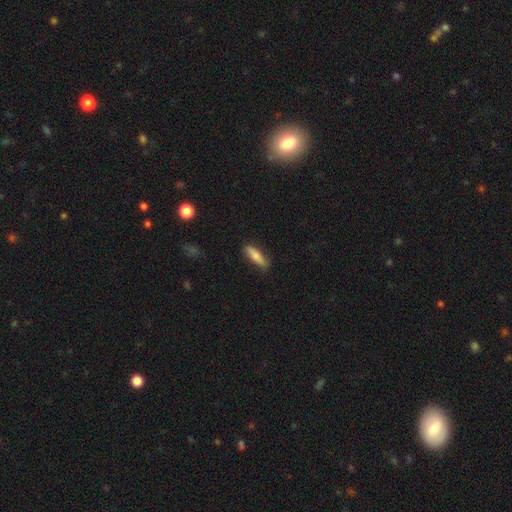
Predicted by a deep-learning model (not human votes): Q: Smooth or featured?
A: smooth (75%); runner-up: featured or disk (19%)
Q: How rounded?
A: cigar-shaped (61%); runner-up: in between (37%)
Q: Merging?
A: none (80%); runner-up: minor disturbance (16%)